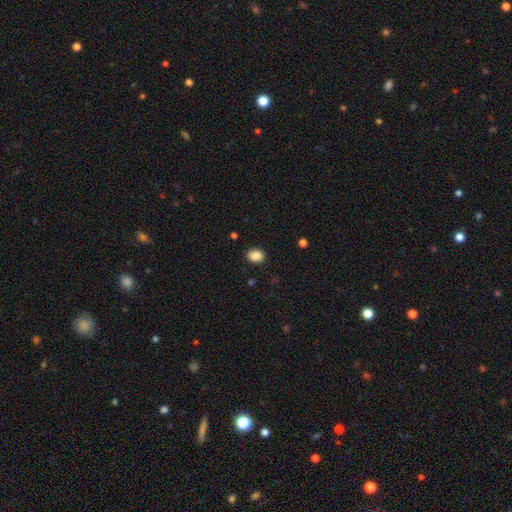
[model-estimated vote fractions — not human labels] Smooth or featured? smooth (88%)
How rounded? in between (51%)
Merging? none (87%)